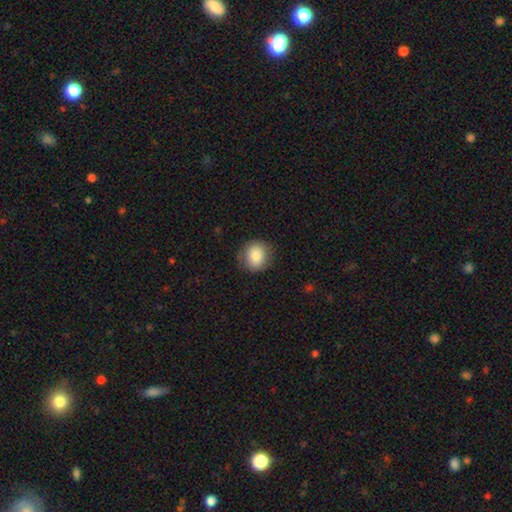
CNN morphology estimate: smooth-or-featured: smooth: 82% | featured or disk: 10% | star or artifact: 8%
  how-rounded: round: 83% | in between: 16% | cigar-shaped: 1%
  merging: none: 82% | minor disturbance: 13% | major disturbance: 4% | merger: 1%